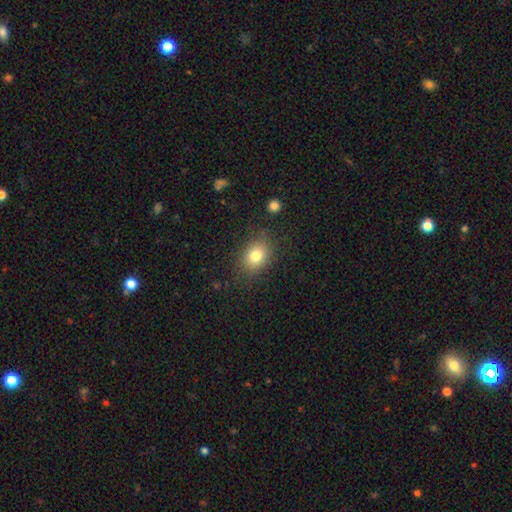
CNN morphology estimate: type=smooth (80%); roundness=in between (62%); merging=none (80%).